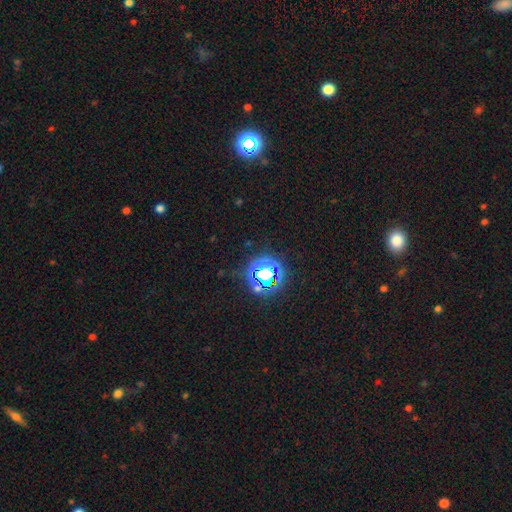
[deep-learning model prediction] Q: Smooth or featured?
A: star or artifact (80%); runner-up: smooth (13%)